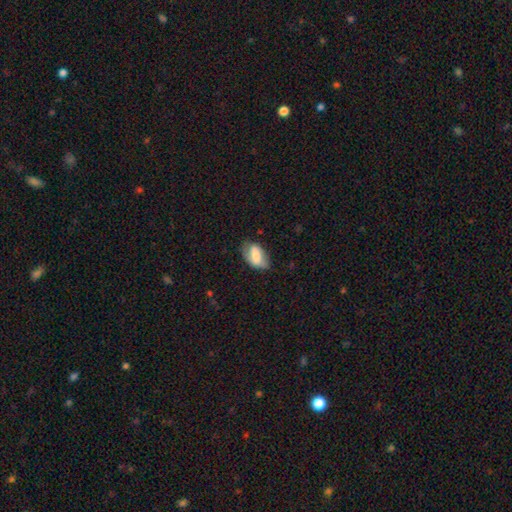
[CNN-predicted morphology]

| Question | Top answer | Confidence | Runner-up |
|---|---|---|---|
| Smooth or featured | smooth | 65% | featured or disk (28%) |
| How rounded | in between | 91% | round (6%) |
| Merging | none | 55% | minor disturbance (31%) |